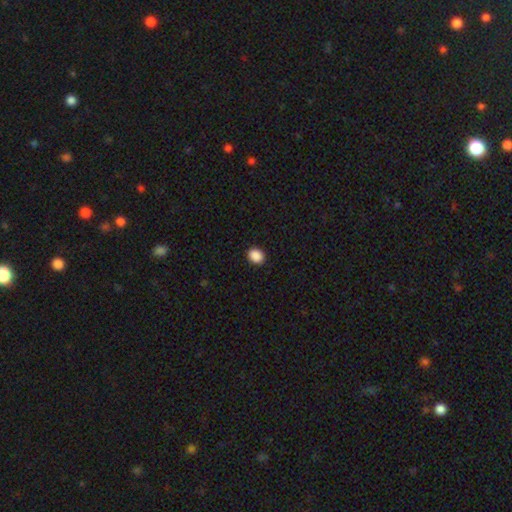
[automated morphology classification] Q: Smooth or featured?
A: smooth (90%); runner-up: star or artifact (9%)
Q: How rounded?
A: round (62%); runner-up: in between (37%)
Q: Merging?
A: none (92%); runner-up: minor disturbance (5%)